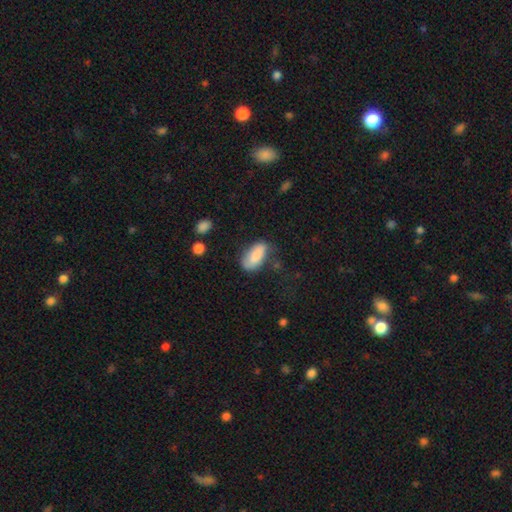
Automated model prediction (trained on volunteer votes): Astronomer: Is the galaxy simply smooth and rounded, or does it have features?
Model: smooth — 81%.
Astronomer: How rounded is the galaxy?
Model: in between — 87%.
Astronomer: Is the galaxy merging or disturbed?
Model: none — 57%.